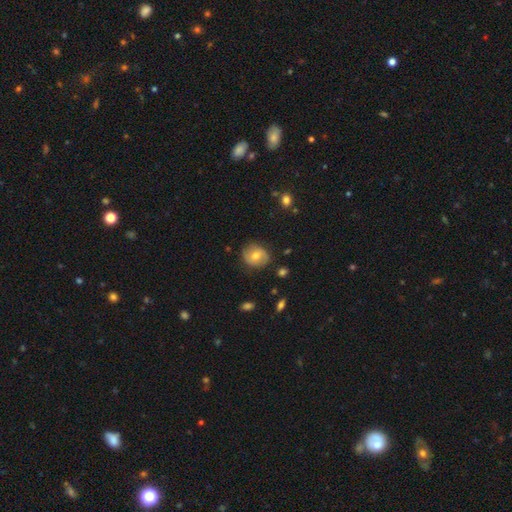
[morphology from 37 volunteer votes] Smooth or featured? 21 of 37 (57%) said smooth. How rounded? 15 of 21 (71%) said round. Merging? 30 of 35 (86%) said none.